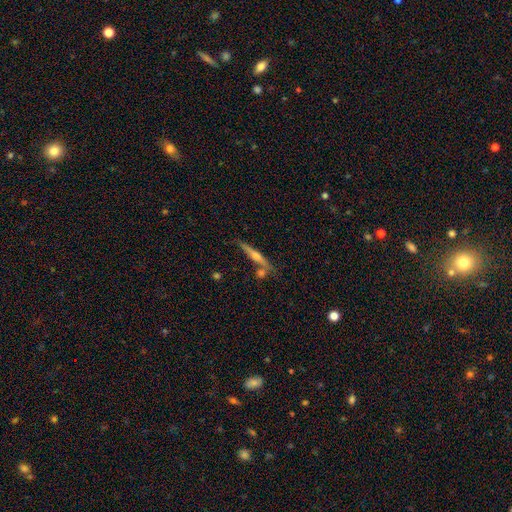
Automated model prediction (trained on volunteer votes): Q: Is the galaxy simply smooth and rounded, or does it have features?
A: featured or disk — 66%.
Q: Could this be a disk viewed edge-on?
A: yes — 97%.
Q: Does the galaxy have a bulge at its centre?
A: rounded — 81%.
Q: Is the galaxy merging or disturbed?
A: none — 74%.